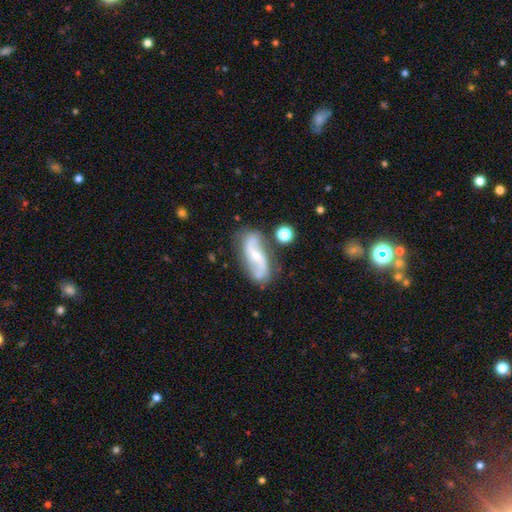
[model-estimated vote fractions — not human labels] Overall: featured or disk (83%). Edge-on disk: no (93%). Bar: no (44%; weak 32%). Spiral arms: yes (94%). Spiral arm count: 2 (91%). Spiral winding: loose (61%; medium 29%). Bulge size: small (62%; moderate 34%). Merging: none (73%).